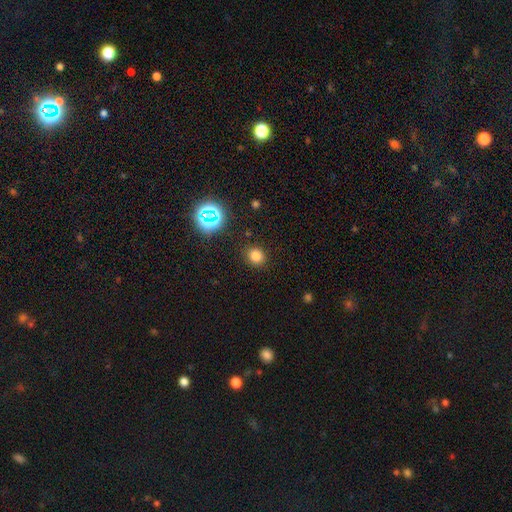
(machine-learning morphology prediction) smooth-or-featured: smooth: 76% | star or artifact: 18% | featured or disk: 5%
  how-rounded: round: 75% | in between: 24% | cigar-shaped: 1%
  merging: none: 88% | minor disturbance: 8% | major disturbance: 3% | merger: 1%